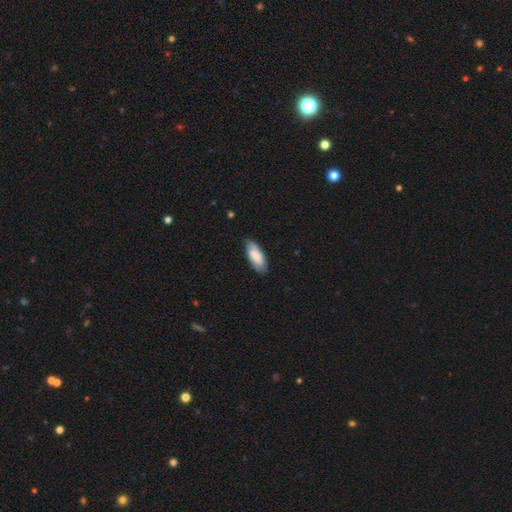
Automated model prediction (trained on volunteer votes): smooth 76%, featured or disk 18%, star or artifact 6%. Down the decision tree: how rounded — in between (80%); merging — none (74%).